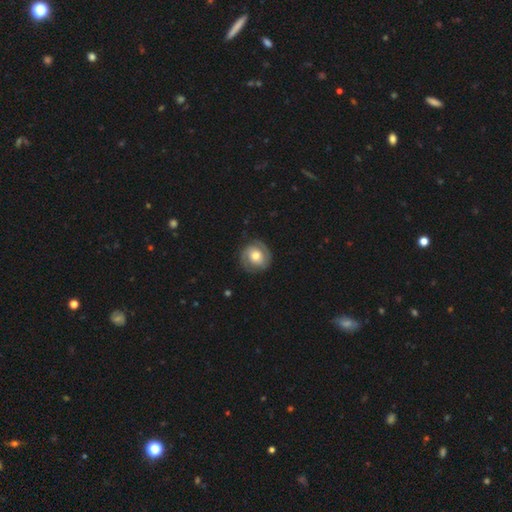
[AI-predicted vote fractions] This is likely a featured or disk galaxy (64%). It is clearly not viewed edge-on (98%). Bar: likely no (66%). Spiral arm pattern: clearly yes (85%). Spiral arm count: clearly 2 (82%). Spiral winding: possibly tight (55%). Central bulge: likely moderate (68%). Merging: clearly none (81%).